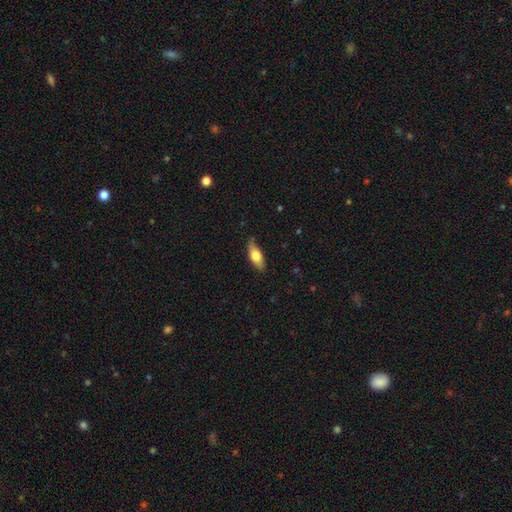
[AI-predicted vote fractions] Q: Smooth or featured?
A: smooth (69%); runner-up: featured or disk (25%)
Q: How rounded?
A: in between (73%); runner-up: cigar-shaped (24%)
Q: Merging?
A: none (78%); runner-up: minor disturbance (17%)